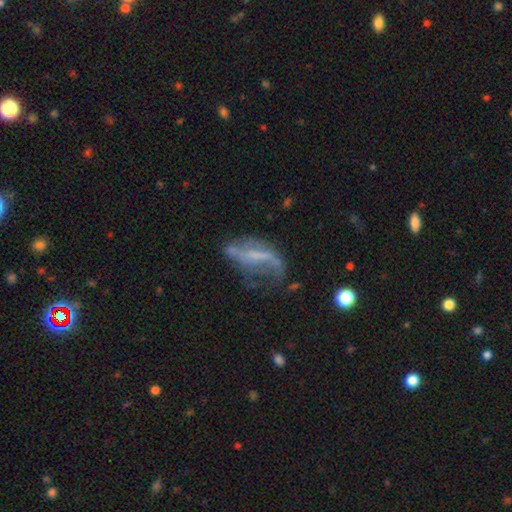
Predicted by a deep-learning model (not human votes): This appears to be a featured or disk galaxy (64%) with no bar (38%), spiral arms (58%) and no central bulge (50%). Merging: none (35%).